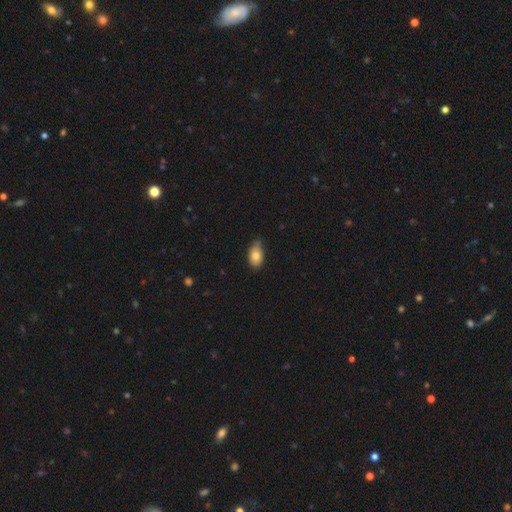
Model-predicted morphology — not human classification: Q: Smooth or featured?
A: smooth (79%); runner-up: featured or disk (13%)
Q: How rounded?
A: in between (90%); runner-up: round (8%)
Q: Merging?
A: none (59%); runner-up: minor disturbance (35%)